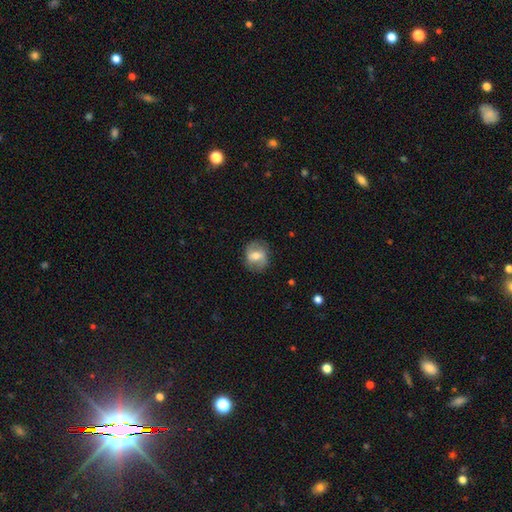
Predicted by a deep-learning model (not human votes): A smooth galaxy with no disk features (51%) that is round (64%). Merging: none (80%).